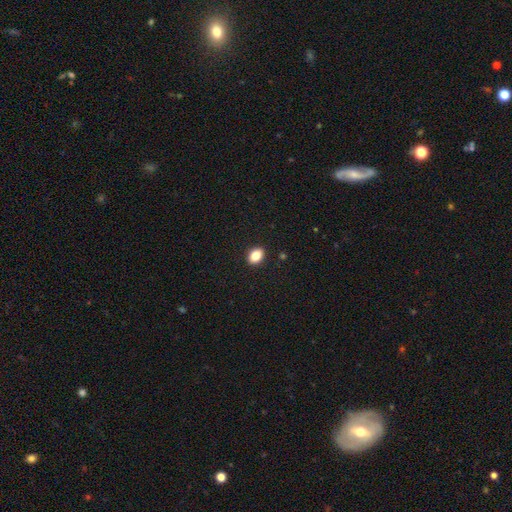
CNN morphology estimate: smooth-or-featured: smooth: 85% | star or artifact: 9% | featured or disk: 6%
  how-rounded: in between: 74% | round: 25% | cigar-shaped: 1%
  merging: none: 91% | minor disturbance: 6% | major disturbance: 2% | merger: 1%